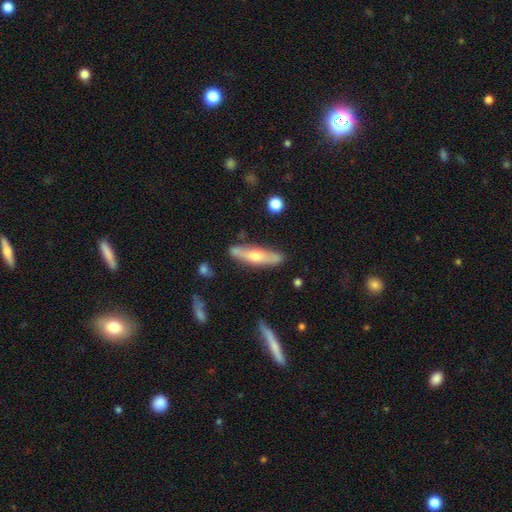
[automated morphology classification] The model was most divided on "smooth or featured": featured or disk: 51%, smooth: 44%, star or artifact: 6%. More confident: merging — none (79%); edge-on disk — yes (77%).